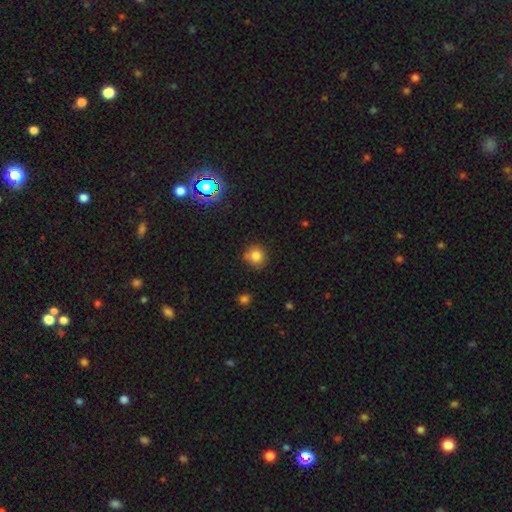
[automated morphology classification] Smooth or featured? smooth (80%)
How rounded? round (89%)
Merging? none (76%)